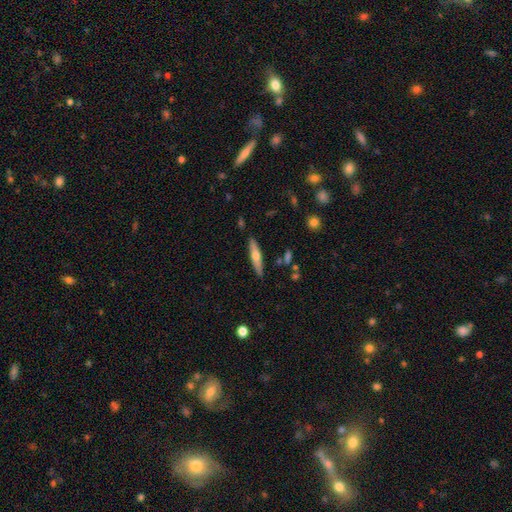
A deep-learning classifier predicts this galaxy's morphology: Overall: smooth (47%, tied with featured or disk). Merging: none (87%).